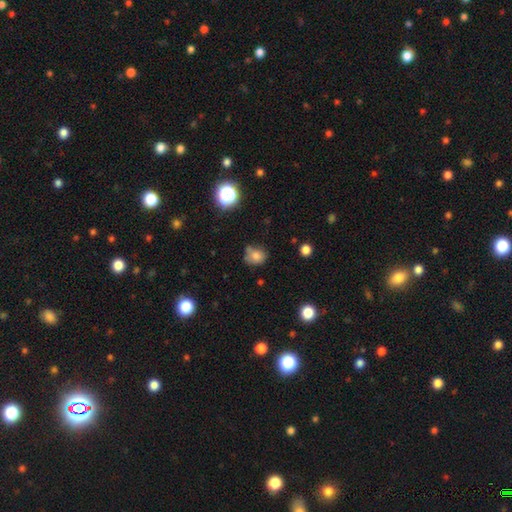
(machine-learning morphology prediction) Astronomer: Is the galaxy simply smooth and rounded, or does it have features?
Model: smooth — 76%.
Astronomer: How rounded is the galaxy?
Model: round — 62% (runner-up: in between, 37%).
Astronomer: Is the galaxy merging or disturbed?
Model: none — 58%.